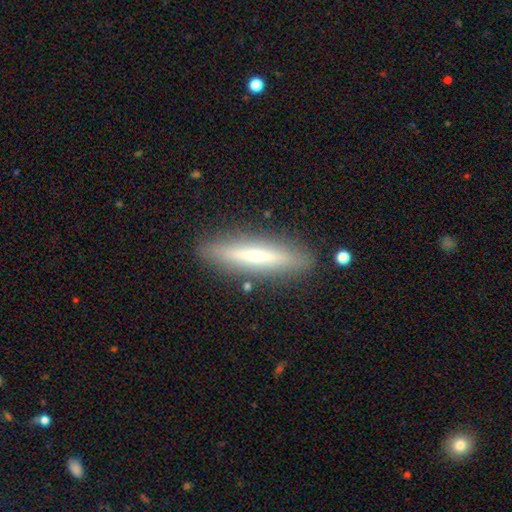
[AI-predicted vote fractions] Smooth or featured?
  - smooth: 49% *
  - featured or disk: 45%
  - star or artifact: 7%
Merging?
  - none: 86% *
  - minor disturbance: 10%
  - major disturbance: 2%
  - merger: 2%